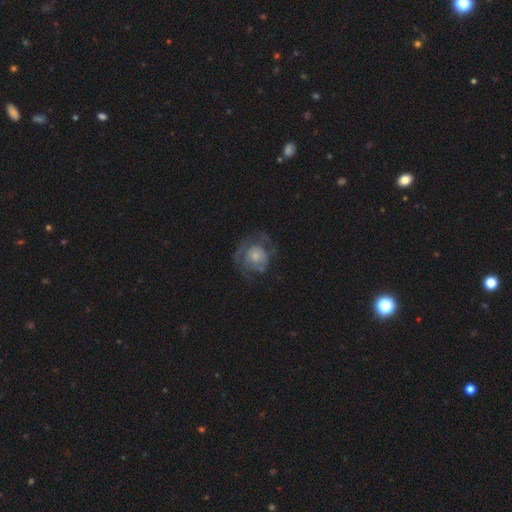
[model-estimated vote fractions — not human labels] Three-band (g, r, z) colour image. It shows a featured or disk galaxy (54%) with no bar (86%), spiral arms (54%) and a small central bulge (48%). Merging: none (49%).